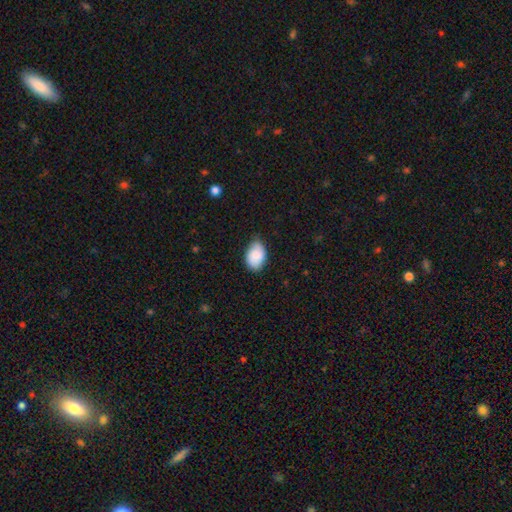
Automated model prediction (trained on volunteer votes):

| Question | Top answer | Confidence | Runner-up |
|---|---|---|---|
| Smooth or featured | smooth | 84% | featured or disk (9%) |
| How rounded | in between | 86% | round (13%) |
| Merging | none | 72% | minor disturbance (24%) |